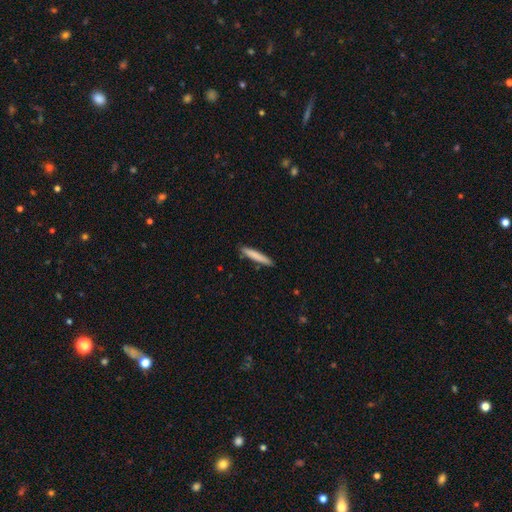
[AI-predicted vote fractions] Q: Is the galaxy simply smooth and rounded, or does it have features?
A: smooth — 81%.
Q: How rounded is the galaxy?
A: cigar-shaped — 94%.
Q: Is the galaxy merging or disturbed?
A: none — 89%.